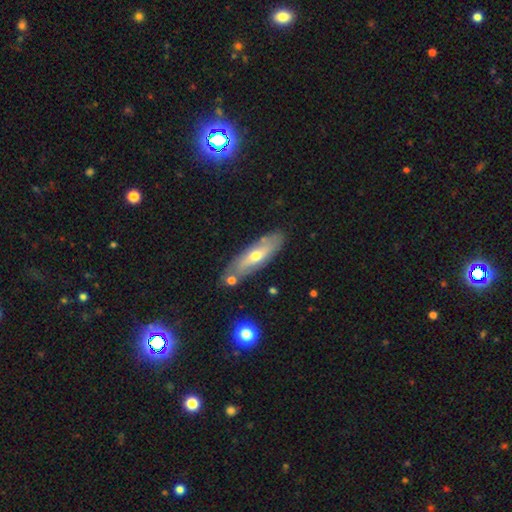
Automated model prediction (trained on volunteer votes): A featured or disk galaxy (52%).

Vote fractions:
- Smooth or featured? featured or disk: 52% / smooth: 42% / star or artifact: 6%
- Edge-on disk? no: 57% / yes: 43%
- Merging? none: 77% / minor disturbance: 14% / merger: 6% / major disturbance: 3%